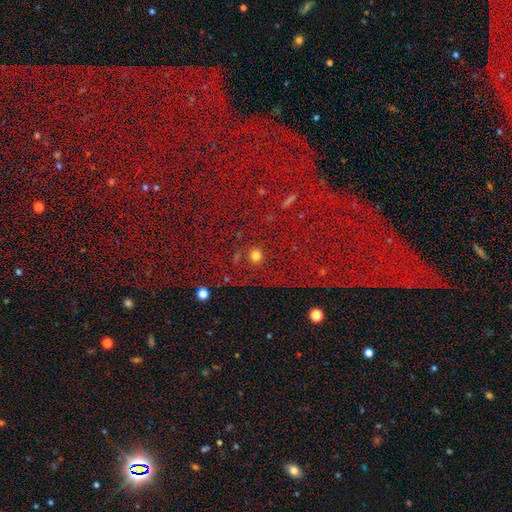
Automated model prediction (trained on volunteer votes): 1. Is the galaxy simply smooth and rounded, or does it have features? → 54% smooth, 34% star or artifact, 13% featured or disk.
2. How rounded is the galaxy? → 88% round, 10% in between, 2% cigar-shaped.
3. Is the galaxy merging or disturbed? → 72% none, 11% minor disturbance, 9% major disturbance, 8% merger.